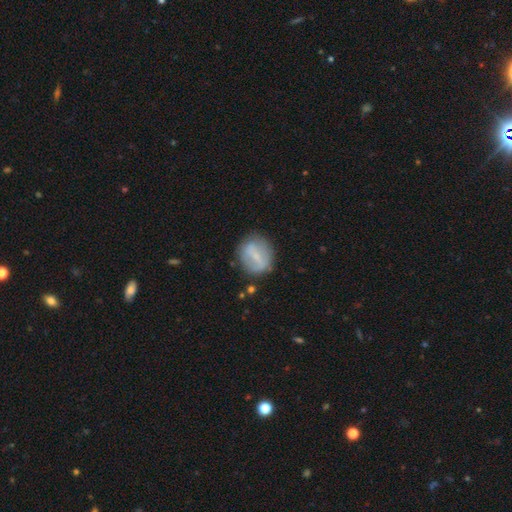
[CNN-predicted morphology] A smooth galaxy with no disk features (47%).

Vote fractions:
- Smooth or featured? smooth: 47% / featured or disk: 46% / star or artifact: 8%
- Merging? none: 74% / minor disturbance: 17% / major disturbance: 6% / merger: 3%